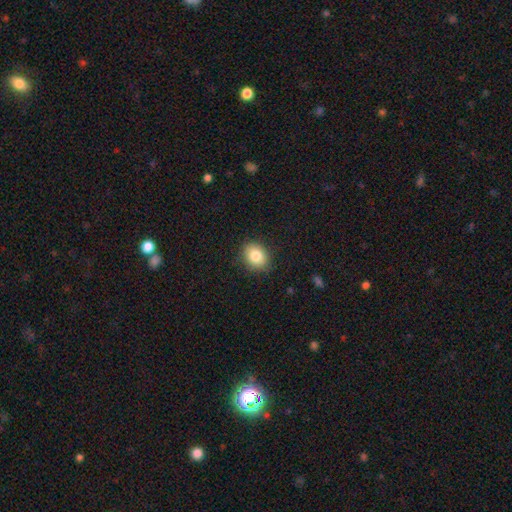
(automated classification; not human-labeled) smooth-or-featured: smooth: 82% | star or artifact: 9% | featured or disk: 9%
  how-rounded: round: 58% | in between: 41% | cigar-shaped: 1%
  merging: none: 86% | minor disturbance: 10% | major disturbance: 3% | merger: 1%